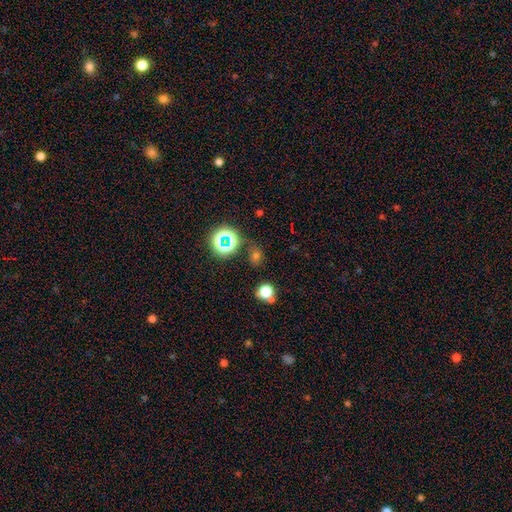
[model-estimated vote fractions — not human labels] The model was most divided on "smooth or featured": smooth: 58%, star or artifact: 35%, featured or disk: 8%. More confident: merging — none (74%); how rounded — round (64%).